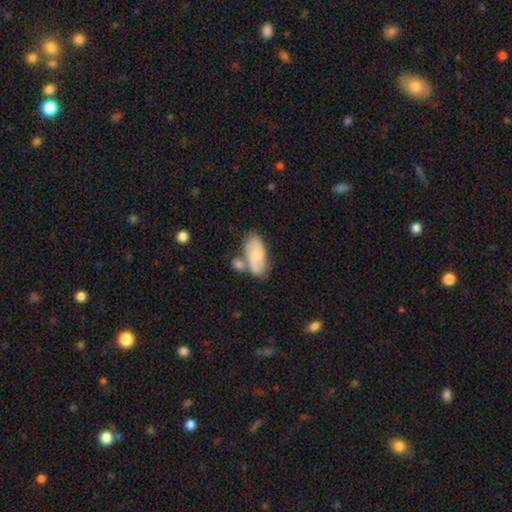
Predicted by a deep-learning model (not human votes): Smooth or featured: smooth — 54% (featured or disk — 40%)
How rounded: in between — 91% (cigar-shaped — 5%)
Merging: none — 47% (merger — 28%)